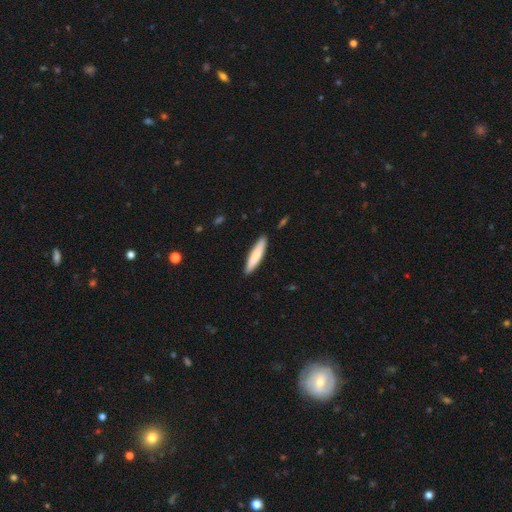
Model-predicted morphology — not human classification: Smooth or featured?
  - smooth: 77% *
  - featured or disk: 18%
  - star or artifact: 5%
How rounded?
  - cigar-shaped: 84% *
  - in between: 15%
  - round: 1%
Merging?
  - none: 89% *
  - minor disturbance: 8%
  - major disturbance: 1%
  - merger: 1%